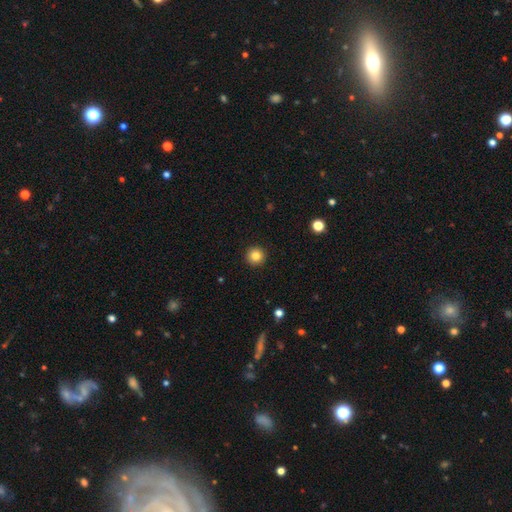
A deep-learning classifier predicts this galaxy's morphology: A smooth galaxy with no disk features (84%) that is round (96%).

Vote fractions:
- Smooth or featured? smooth: 84% / star or artifact: 11% / featured or disk: 6%
- How rounded? round: 96% / in between: 3% / cigar-shaped: 1%
- Merging? none: 93% / minor disturbance: 4% / major disturbance: 2% / merger: 1%